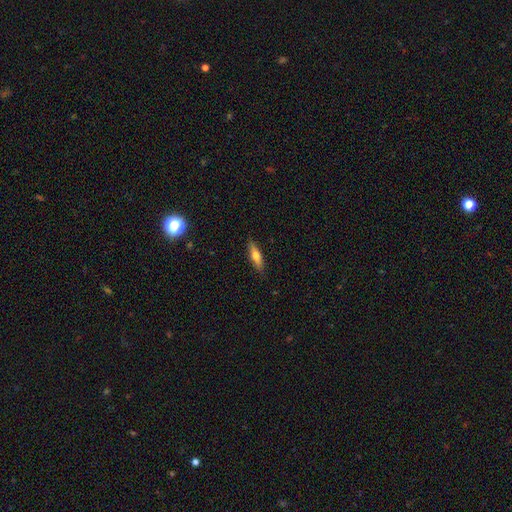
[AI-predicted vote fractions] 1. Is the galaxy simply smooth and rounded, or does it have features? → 61% smooth, 33% featured or disk, 7% star or artifact.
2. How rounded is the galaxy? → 66% cigar-shaped, 32% in between, 2% round.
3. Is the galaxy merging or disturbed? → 87% none, 10% minor disturbance, 2% major disturbance, 1% merger.